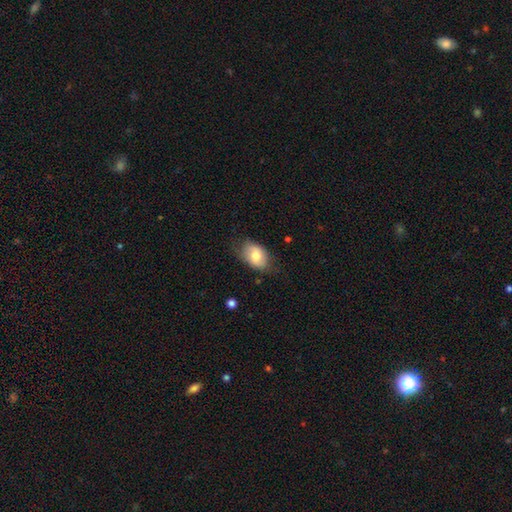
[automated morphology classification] The model was most divided on "merging": none: 68%, minor disturbance: 24%, major disturbance: 6%, merger: 1%. More confident: how rounded — in between (86%); smooth or featured — smooth (74%).